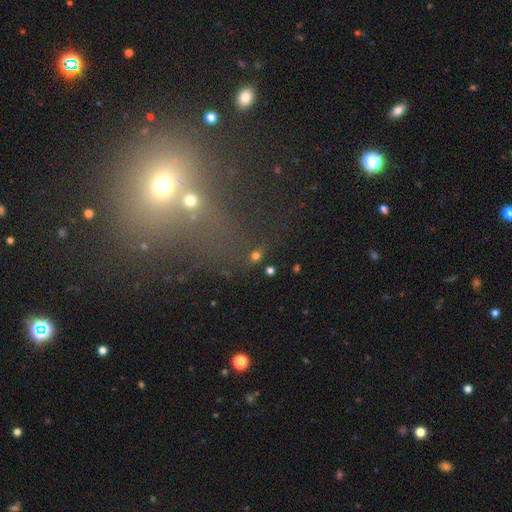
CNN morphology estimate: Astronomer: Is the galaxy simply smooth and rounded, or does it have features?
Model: smooth — 58%.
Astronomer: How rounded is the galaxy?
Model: round — 50% (runner-up: in between, 45%).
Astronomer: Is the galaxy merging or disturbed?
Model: none — 73%.